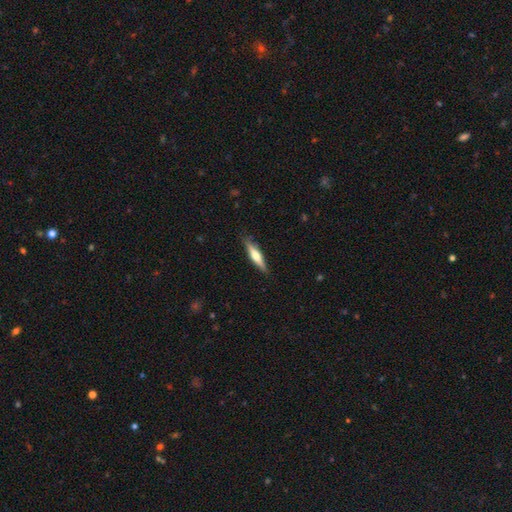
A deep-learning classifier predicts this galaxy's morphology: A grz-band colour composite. It shows a featured or disk galaxy (51%) viewed edge-on (95%). Merging: none (86%).